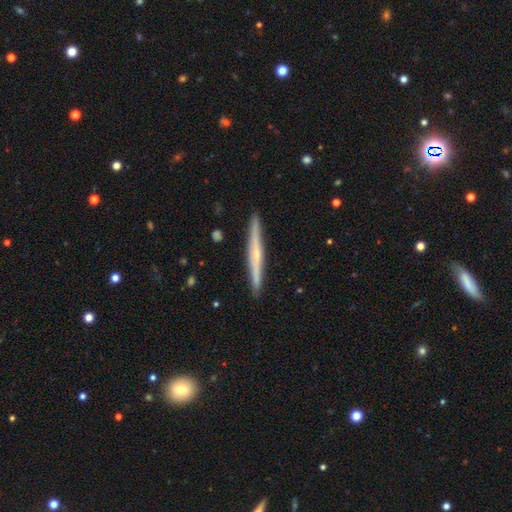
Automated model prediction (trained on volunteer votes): A featured or disk galaxy (61%) viewed edge-on (98%) with a rounded central bulge (51%). Merging: none (92%).